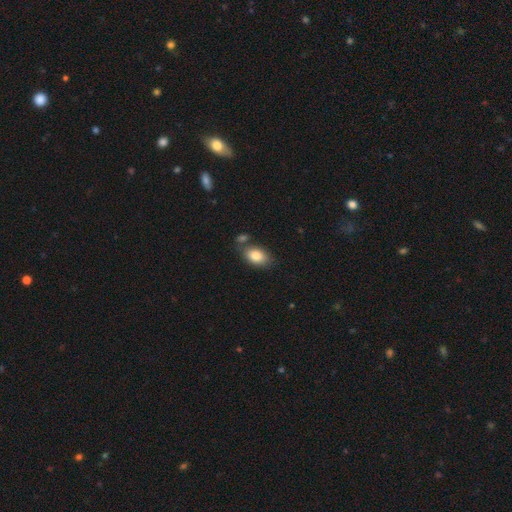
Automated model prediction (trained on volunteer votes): Smooth or featured: smooth — 83% (featured or disk — 9%)
How rounded: in between — 88% (round — 10%)
Merging: none — 67% (minor disturbance — 15%)